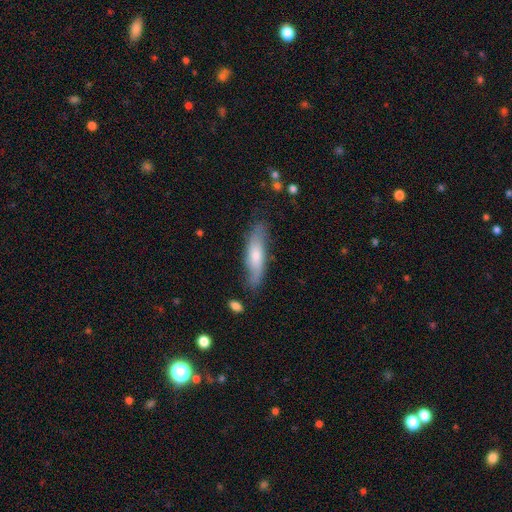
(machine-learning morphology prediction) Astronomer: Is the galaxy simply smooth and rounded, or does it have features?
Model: smooth — 58% (runner-up: featured or disk, 36%).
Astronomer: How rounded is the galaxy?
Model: cigar-shaped — 66%.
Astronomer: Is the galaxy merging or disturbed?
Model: none — 73%.